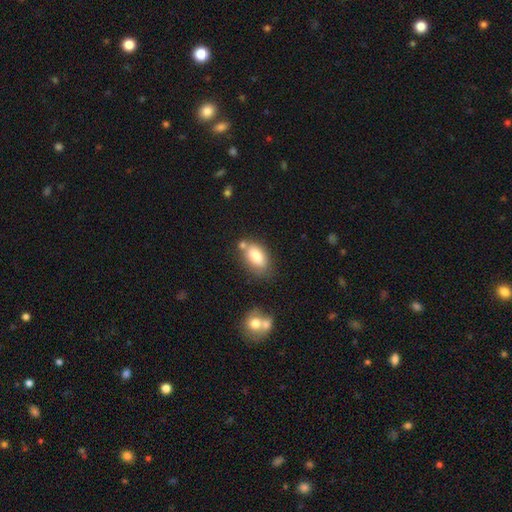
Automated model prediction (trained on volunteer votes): smooth-or-featured: smooth: 80% | featured or disk: 12% | star or artifact: 8%
  how-rounded: in between: 91% | round: 6% | cigar-shaped: 3%
  merging: none: 58% | merger: 19% | minor disturbance: 18% | major disturbance: 5%